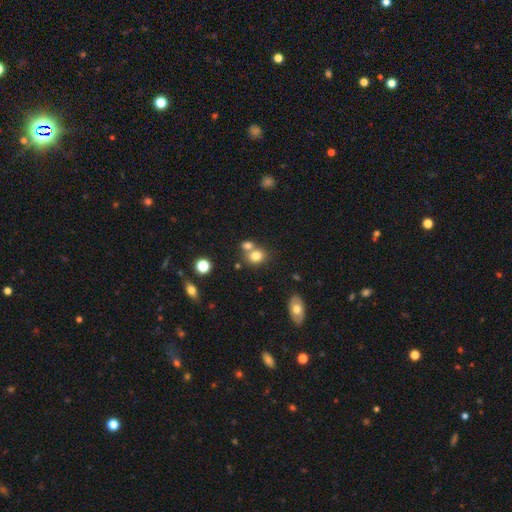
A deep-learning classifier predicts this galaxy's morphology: Q: Smooth or featured?
A: smooth (79%); runner-up: star or artifact (12%)
Q: How rounded?
A: round (58%); runner-up: in between (41%)
Q: Merging?
A: none (48%); runner-up: merger (38%)